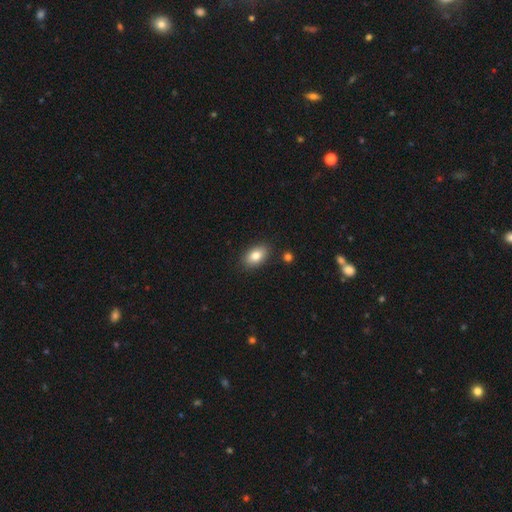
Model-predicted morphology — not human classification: Overall: smooth (83%). How rounded: in between (90%). Merging: none (87%).